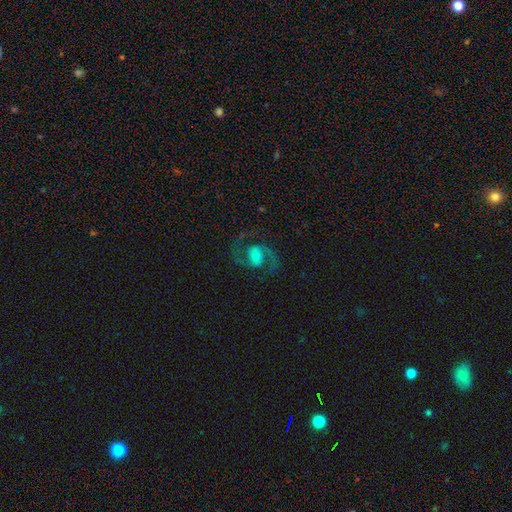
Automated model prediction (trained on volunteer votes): Overall: featured or disk (90%). Edge-on disk: no (98%). Bar: no (49%; weak 37%). Spiral arms: yes (98%). Spiral arm count: 2 (94%). Spiral winding: medium (67%). Bulge size: moderate (54%; small 36%). Merging: none (82%).